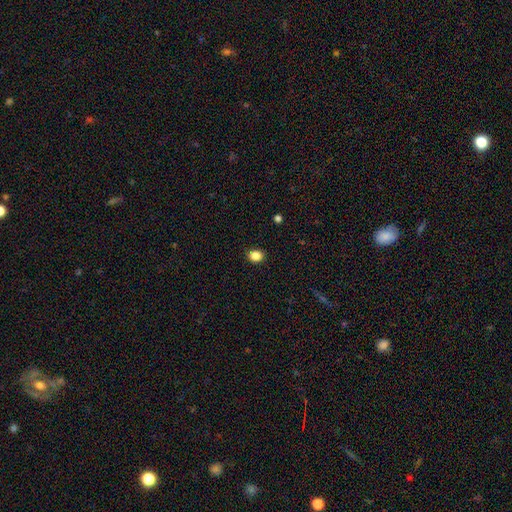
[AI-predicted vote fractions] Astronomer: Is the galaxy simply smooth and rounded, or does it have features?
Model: smooth — 86%.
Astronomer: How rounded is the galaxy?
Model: round — 60% (runner-up: in between, 40%).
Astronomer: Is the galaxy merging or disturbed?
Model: none — 89%.